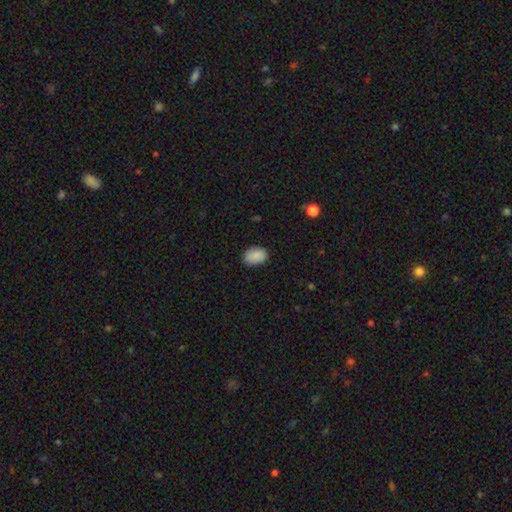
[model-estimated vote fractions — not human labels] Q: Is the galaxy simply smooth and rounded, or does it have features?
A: smooth — 88%.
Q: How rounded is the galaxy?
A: in between — 84%.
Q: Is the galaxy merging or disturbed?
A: none — 82%.